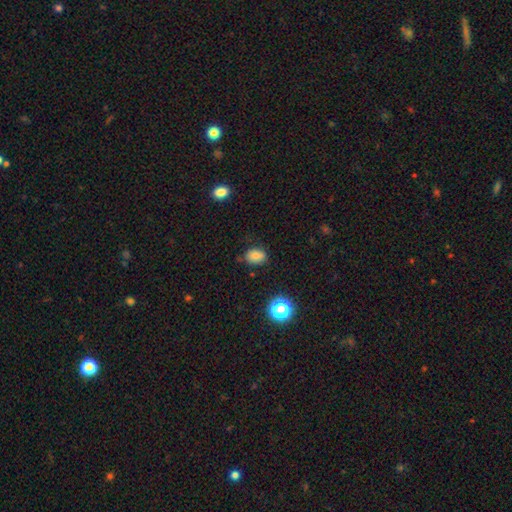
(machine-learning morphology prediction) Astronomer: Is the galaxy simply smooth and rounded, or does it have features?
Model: smooth — 80%.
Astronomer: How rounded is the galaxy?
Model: in between — 67%.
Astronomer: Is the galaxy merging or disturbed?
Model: none — 76%.